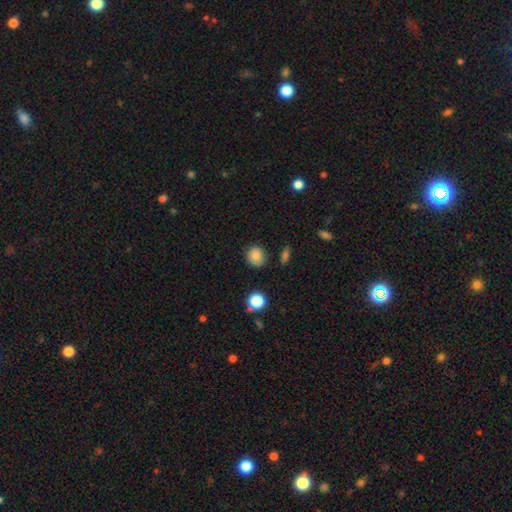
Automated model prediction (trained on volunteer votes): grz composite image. It shows a smooth galaxy with no disk features (83%) that is round (86%). Merging: none (84%).